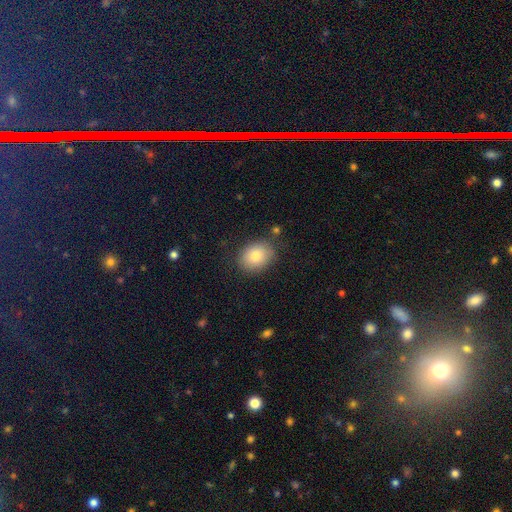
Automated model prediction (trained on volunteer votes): smooth-or-featured: smooth: 82% | featured or disk: 10% | star or artifact: 8%
  how-rounded: in between: 61% | round: 38% | cigar-shaped: 1%
  merging: none: 81% | minor disturbance: 14% | major disturbance: 3% | merger: 2%